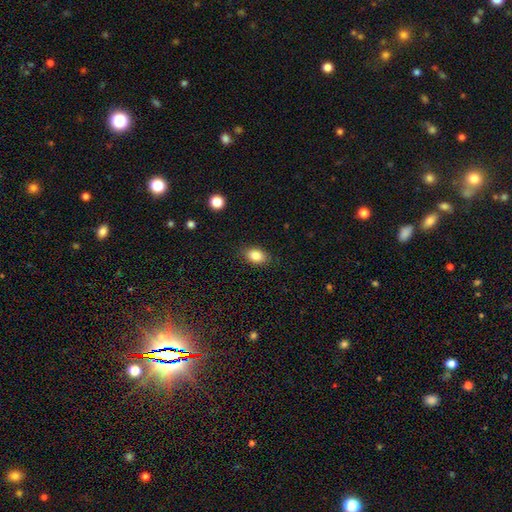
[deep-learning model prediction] smooth-or-featured: smooth: 85% | star or artifact: 8% | featured or disk: 6%
  how-rounded: in between: 82% | round: 17% | cigar-shaped: 2%
  merging: none: 84% | minor disturbance: 12% | major disturbance: 3% | merger: 1%